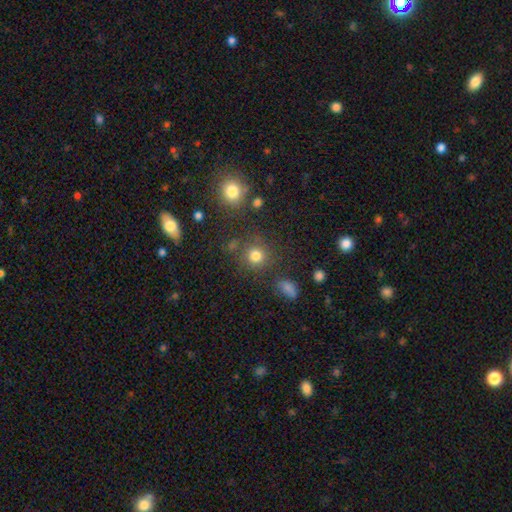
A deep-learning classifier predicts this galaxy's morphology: The model was most divided on "smooth or featured": smooth: 77%, star or artifact: 16%, featured or disk: 7%. More confident: how rounded — round (90%); merging — none (79%).